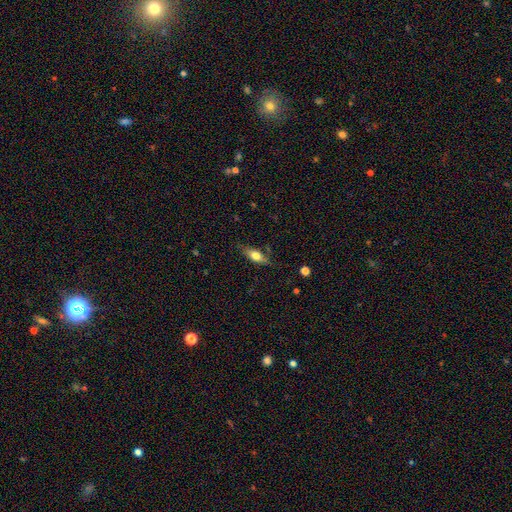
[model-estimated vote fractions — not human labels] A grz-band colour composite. It shows a smooth galaxy with no disk features (60%) that is in between round and cigar-shaped (61%). Merging: none (77%).